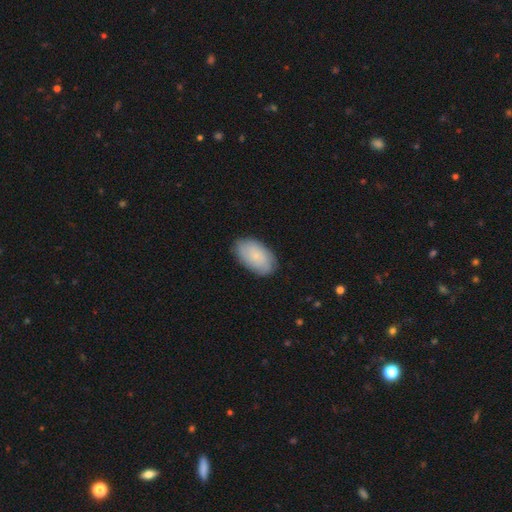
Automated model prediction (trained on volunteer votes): smooth-or-featured: smooth: 77% | featured or disk: 17% | star or artifact: 6%
  how-rounded: in between: 95% | round: 4% | cigar-shaped: 2%
  merging: none: 84% | minor disturbance: 12% | major disturbance: 3% | merger: 1%